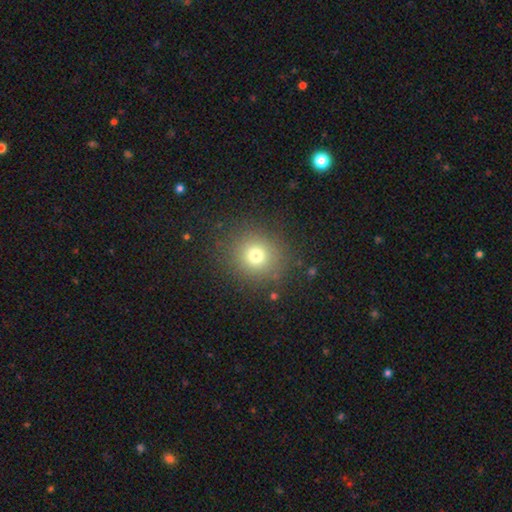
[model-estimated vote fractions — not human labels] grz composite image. It shows a smooth galaxy with no disk features (74%) that is round (88%). Merging: none (86%).